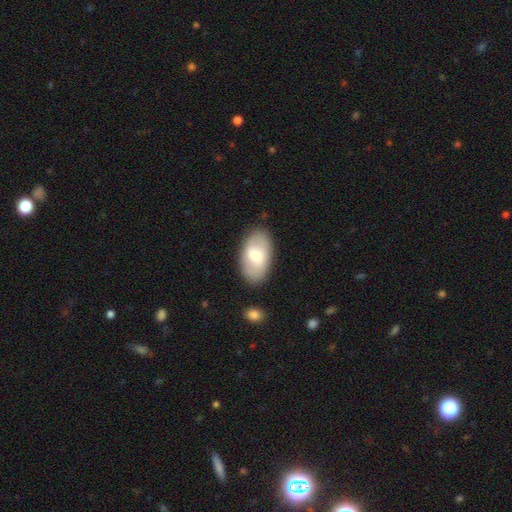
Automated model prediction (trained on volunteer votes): The model was most divided on "smooth or featured": smooth: 64%, featured or disk: 30%, star or artifact: 6%. More confident: how rounded — in between (94%); merging — none (84%).